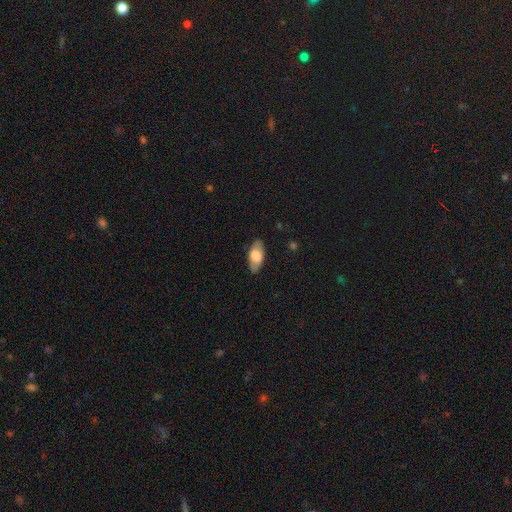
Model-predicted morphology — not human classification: smooth_or_featured: smooth (p=0.67) [alt: featured or disk p=0.27]
how_rounded: in between (p=0.89) [alt: cigar-shaped p=0.08]
merging: none (p=0.82) [alt: minor disturbance p=0.14]